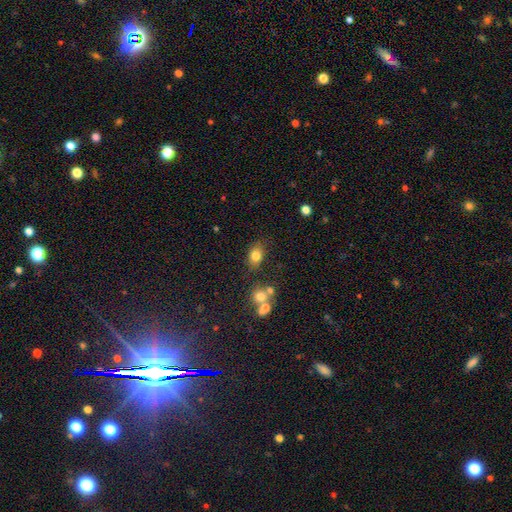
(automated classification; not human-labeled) The model was most divided on "how rounded": in between: 68%, round: 30%, cigar-shaped: 1%. More confident: smooth or featured — smooth (80%); merging — none (74%).